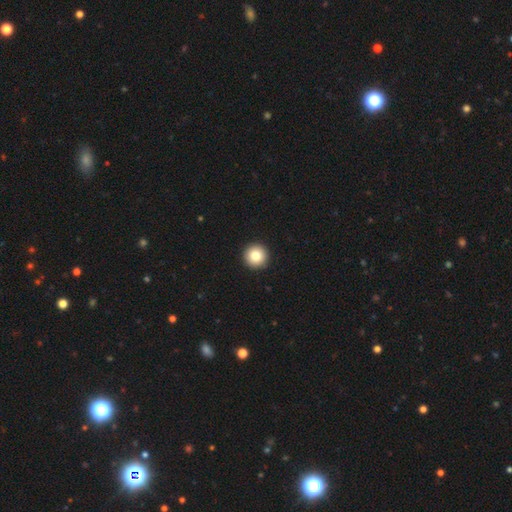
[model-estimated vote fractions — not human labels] Morphology: type=smooth (81%); roundness=round (97%); merging=none (94%).